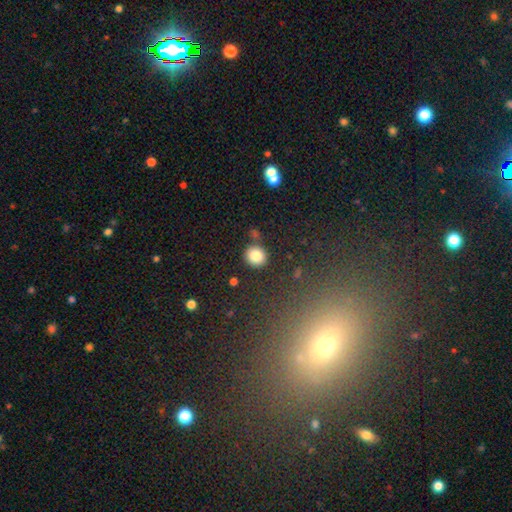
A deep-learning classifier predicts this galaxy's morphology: smooth-or-featured: smooth: 84% | star or artifact: 10% | featured or disk: 5%
  how-rounded: round: 90% | in between: 9% | cigar-shaped: 1%
  merging: none: 82% | minor disturbance: 9% | merger: 6% | major disturbance: 3%